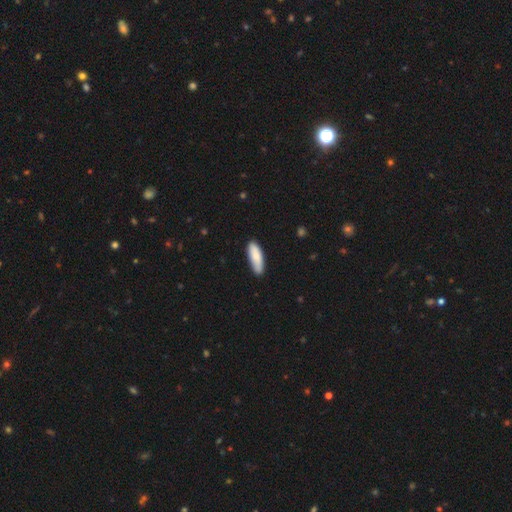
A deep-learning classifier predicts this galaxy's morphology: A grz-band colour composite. It shows a smooth galaxy with no disk features (84%) that is in between round and cigar-shaped (58%). Merging: none (80%).